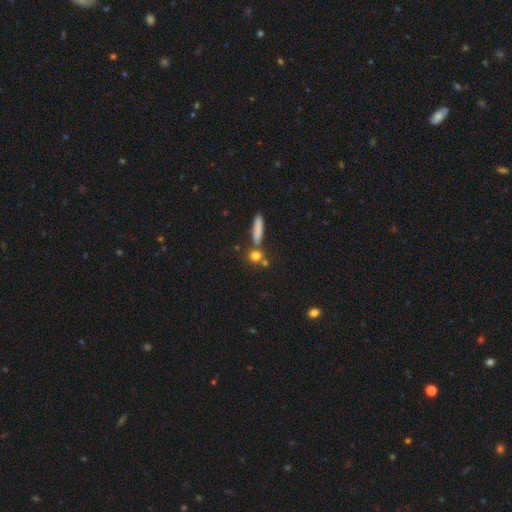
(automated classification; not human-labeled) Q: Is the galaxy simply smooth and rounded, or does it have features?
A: smooth — 75%.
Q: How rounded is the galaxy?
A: round — 66%.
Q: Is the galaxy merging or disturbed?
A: none — 66%.